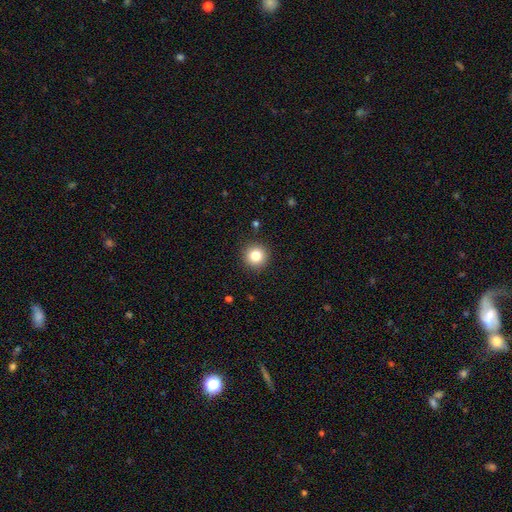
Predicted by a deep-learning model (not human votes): Smooth or featured?
  - smooth: 82% *
  - star or artifact: 11%
  - featured or disk: 7%
How rounded?
  - round: 95% *
  - in between: 4%
  - cigar-shaped: 1%
Merging?
  - none: 92% *
  - minor disturbance: 6%
  - major disturbance: 2%
  - merger: 1%